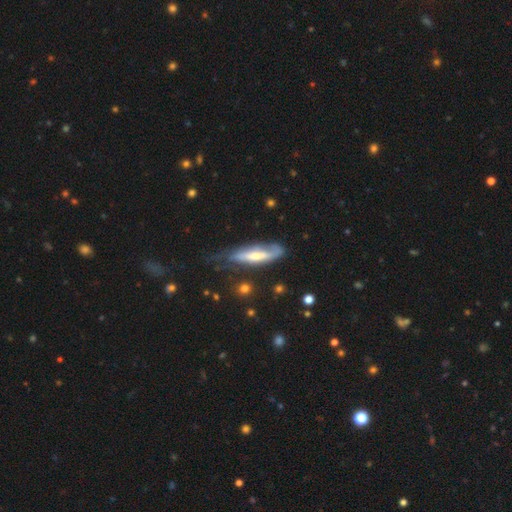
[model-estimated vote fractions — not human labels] Q: Smooth or featured?
A: featured or disk (61%); runner-up: smooth (33%)
Q: Edge-on disk?
A: no (53%); runner-up: yes (47%)
Q: Merging?
A: none (45%); runner-up: minor disturbance (31%)